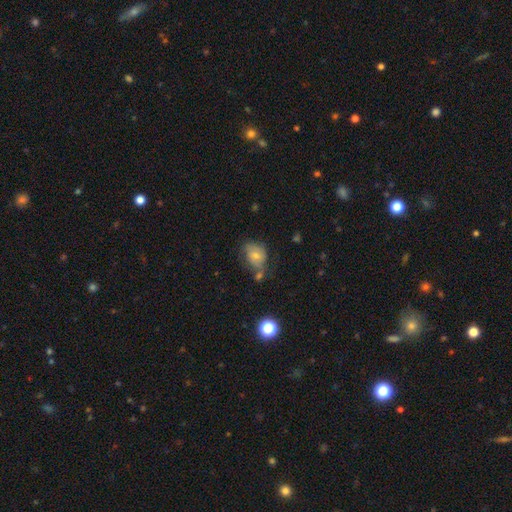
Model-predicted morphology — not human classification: A smooth galaxy with no disk features (64%) that is in between round and cigar-shaped (61%). Merging: none (41%).